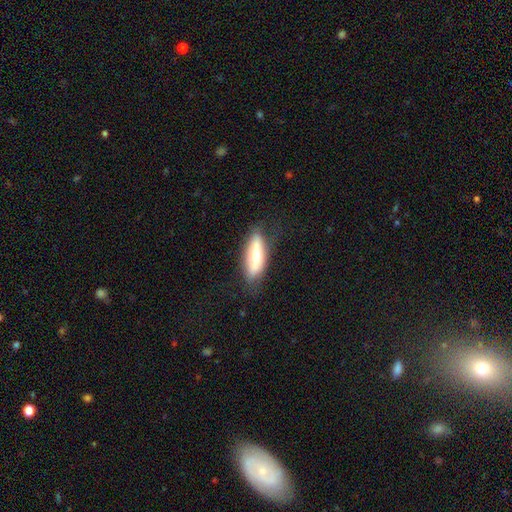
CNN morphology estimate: Q: Smooth or featured?
A: smooth (62%); runner-up: featured or disk (31%)
Q: How rounded?
A: in between (50%); runner-up: cigar-shaped (48%)
Q: Merging?
A: none (76%); runner-up: minor disturbance (18%)